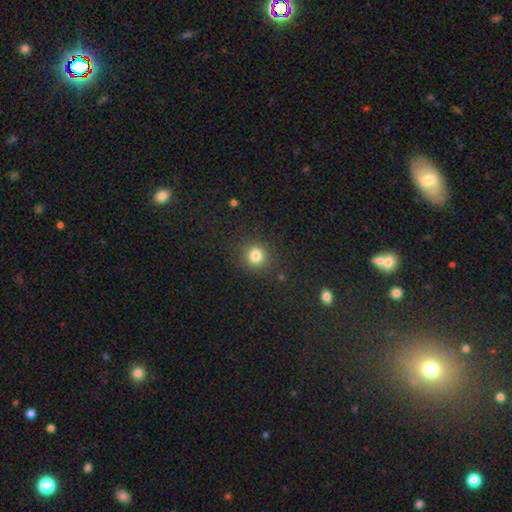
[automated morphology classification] This is clearly a smooth galaxy (81%). How rounded: clearly round (89%). Merging: clearly none (88%).